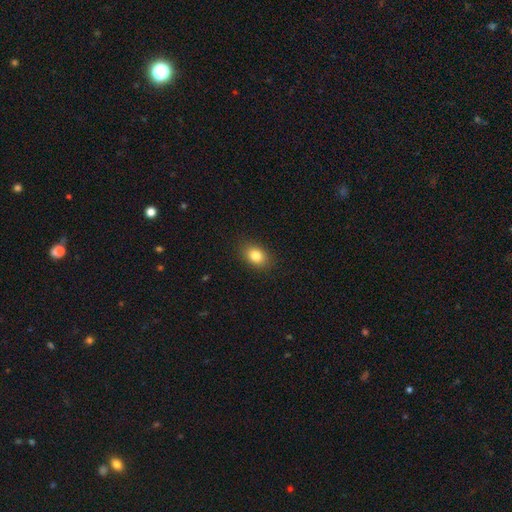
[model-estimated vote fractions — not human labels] Smooth or featured? smooth (83%)
How rounded? in between (77%)
Merging? none (88%)